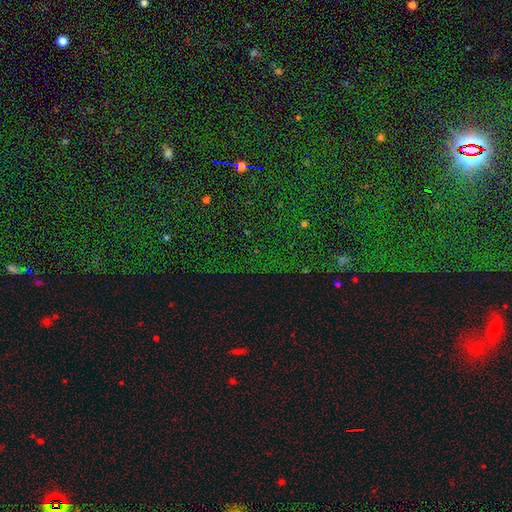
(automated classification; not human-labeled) Smooth or featured?
  - star or artifact: 81% *
  - smooth: 11%
  - featured or disk: 8%